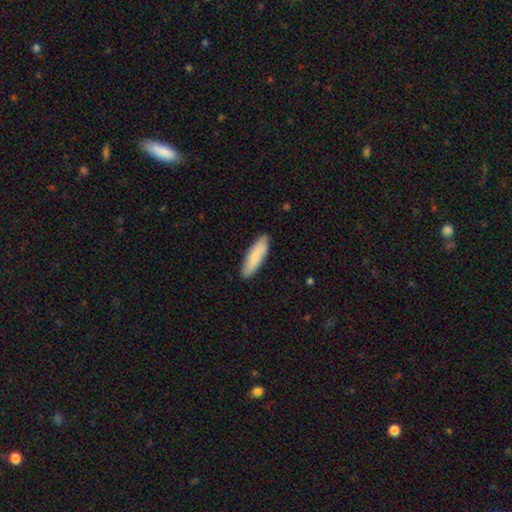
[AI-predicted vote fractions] Q: Smooth or featured?
A: smooth (83%); runner-up: featured or disk (12%)
Q: How rounded?
A: cigar-shaped (60%); runner-up: in between (39%)
Q: Merging?
A: none (87%); runner-up: minor disturbance (10%)